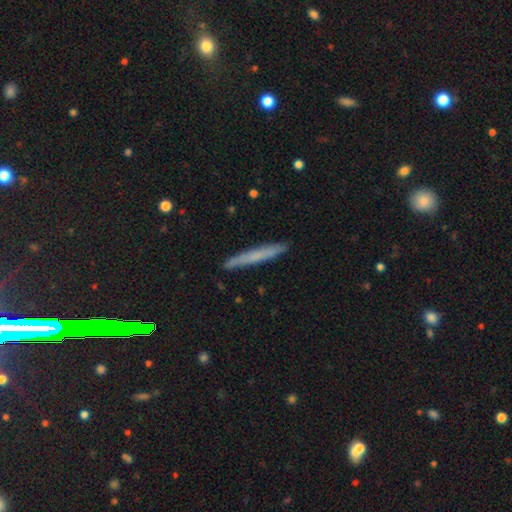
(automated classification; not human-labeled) smooth_or_featured: smooth (p=0.61) [alt: featured or disk p=0.33]
how_rounded: cigar-shaped (p=0.97) [alt: in between p=0.02]
merging: none (p=0.90) [alt: minor disturbance p=0.08]